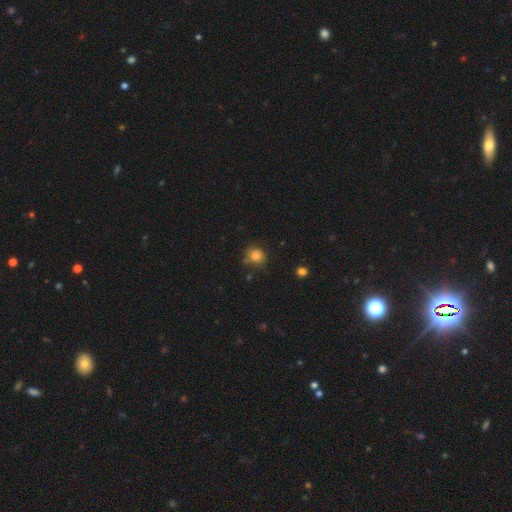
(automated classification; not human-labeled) This appears to be a smooth galaxy with no disk features (80%) that is round (83%). Merging: none (70%).